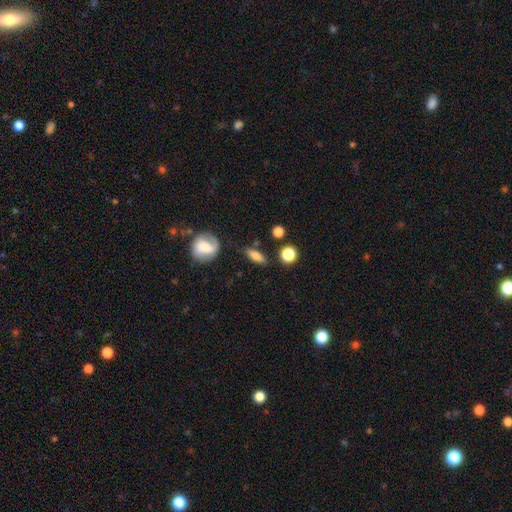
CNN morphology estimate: Smooth or featured?
  - smooth: 75% *
  - featured or disk: 16%
  - star or artifact: 9%
How rounded?
  - in between: 61% *
  - cigar-shaped: 28%
  - round: 11%
Merging?
  - none: 79% *
  - minor disturbance: 14%
  - merger: 4%
  - major disturbance: 4%